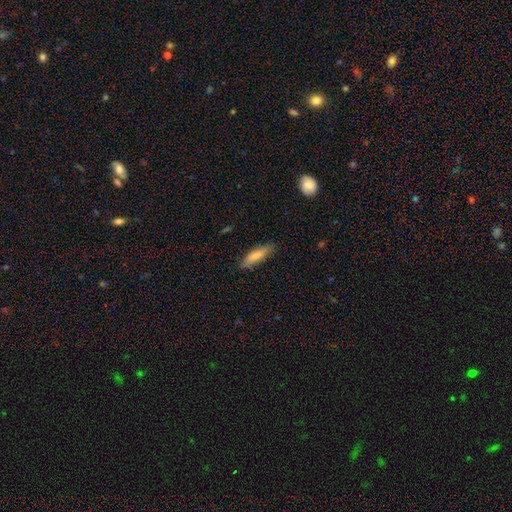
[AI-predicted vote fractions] Smooth or featured? Predicted: smooth (p=0.74). How rounded? Predicted: cigar-shaped (p=0.63). Merging? Predicted: none (p=0.83).